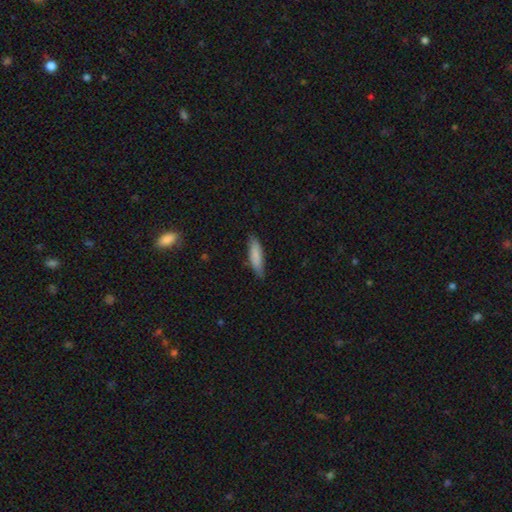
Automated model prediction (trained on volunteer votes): The model was most divided on "how rounded": cigar-shaped: 63%, in between: 35%, round: 2%. More confident: smooth or featured — smooth (82%); merging — none (81%).